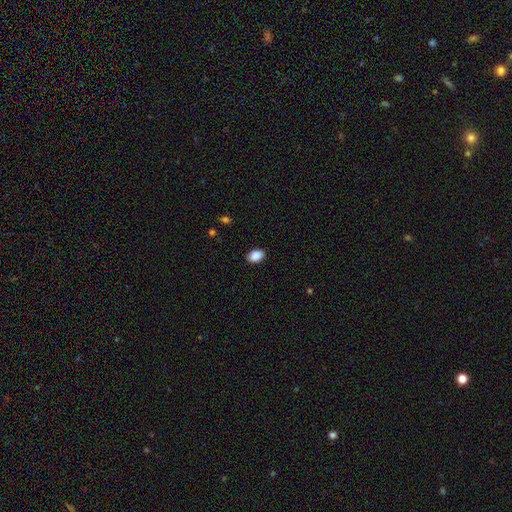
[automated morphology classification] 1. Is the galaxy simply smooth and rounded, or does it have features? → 90% smooth, 7% star or artifact, 3% featured or disk.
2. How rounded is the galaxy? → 86% in between, 13% round, 1% cigar-shaped.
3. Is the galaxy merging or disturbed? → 89% none, 8% minor disturbance, 2% major disturbance, 1% merger.